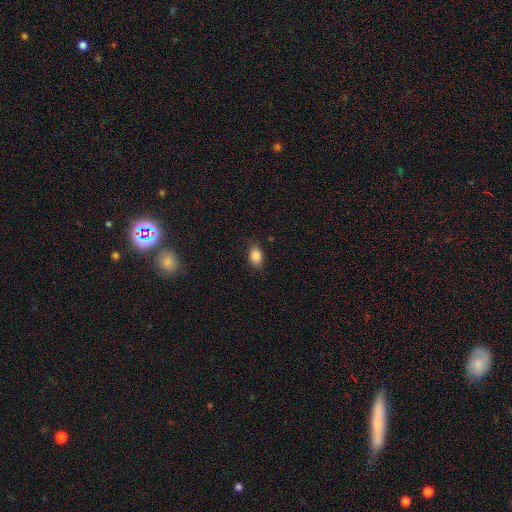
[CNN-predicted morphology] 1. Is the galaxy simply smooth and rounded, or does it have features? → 86% smooth, 9% star or artifact, 5% featured or disk.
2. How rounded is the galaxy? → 84% in between, 14% round, 2% cigar-shaped.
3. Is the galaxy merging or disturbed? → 85% none, 12% minor disturbance, 3% major disturbance, 1% merger.